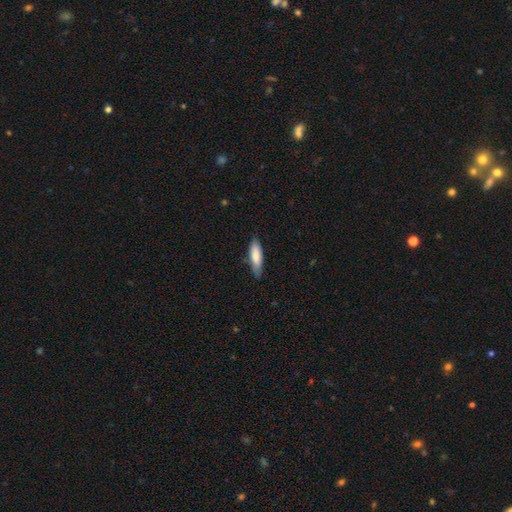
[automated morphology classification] A smooth galaxy with no disk features (79%) that is cigar-shaped (56%).

Vote fractions:
- Smooth or featured? smooth: 79% / featured or disk: 15% / star or artifact: 5%
- How rounded? cigar-shaped: 56% / in between: 42% / round: 1%
- Merging? none: 81% / minor disturbance: 16% / major disturbance: 2% / merger: 1%